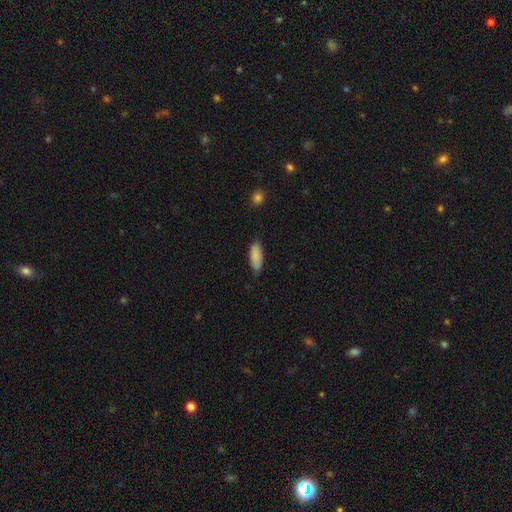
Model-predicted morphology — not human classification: The model was most divided on "merging": none: 73%, minor disturbance: 22%, major disturbance: 3%, merger: 2%. More confident: smooth or featured — smooth (87%); how rounded — in between (82%).